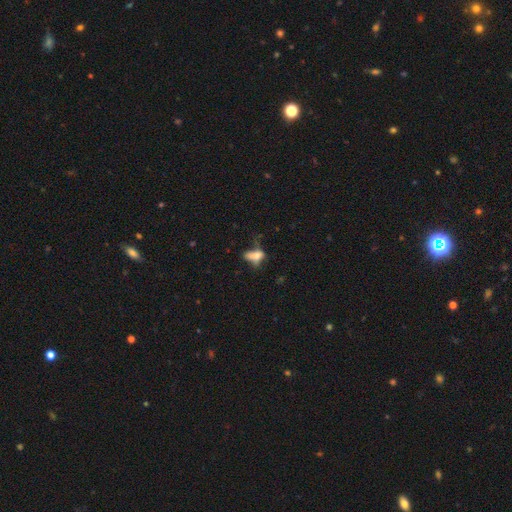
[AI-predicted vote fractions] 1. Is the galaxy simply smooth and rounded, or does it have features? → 59% smooth, 28% featured or disk, 14% star or artifact.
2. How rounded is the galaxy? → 78% in between, 11% cigar-shaped, 11% round.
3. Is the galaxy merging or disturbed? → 34% major disturbance, 26% none, 23% minor disturbance, 17% merger.